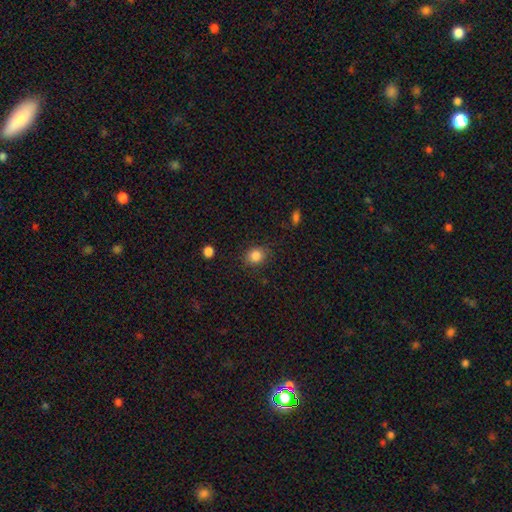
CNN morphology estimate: Smooth or featured? Predicted: smooth (p=0.85). How rounded? Predicted: round (p=0.70). Merging? Predicted: none (p=0.83).